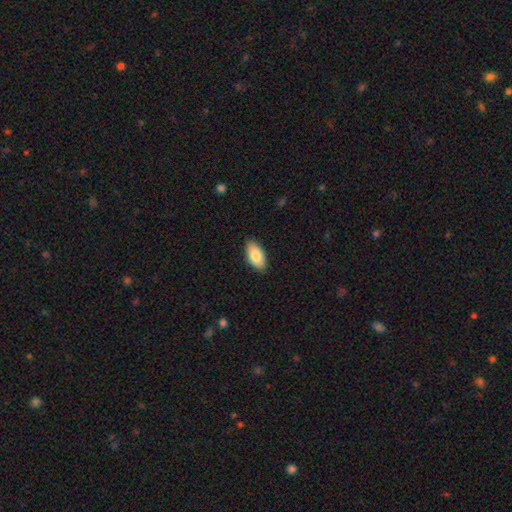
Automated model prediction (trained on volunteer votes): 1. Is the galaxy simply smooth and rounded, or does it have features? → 85% smooth, 9% featured or disk, 6% star or artifact.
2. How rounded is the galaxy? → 94% in between, 4% cigar-shaped, 2% round.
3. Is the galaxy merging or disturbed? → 88% none, 9% minor disturbance, 2% major disturbance, 1% merger.